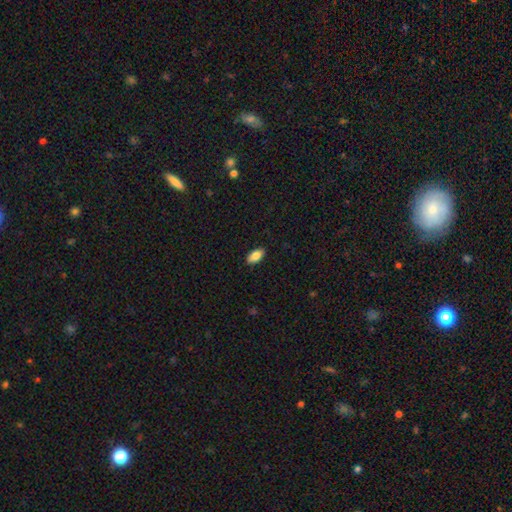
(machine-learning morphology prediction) Overall: smooth (86%). How rounded: in between (92%). Merging: none (88%).